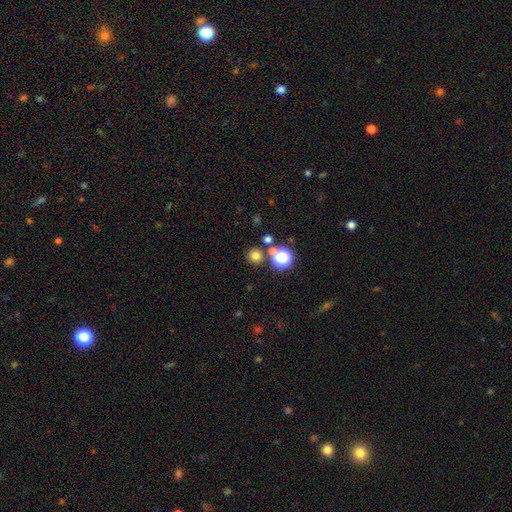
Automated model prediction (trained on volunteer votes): A smooth galaxy with no disk features (72%) that is round (94%).

Vote fractions:
- Smooth or featured? smooth: 72% / star or artifact: 21% / featured or disk: 6%
- How rounded? round: 94% / in between: 5% / cigar-shaped: 1%
- Merging? none: 80% / merger: 11% / minor disturbance: 6% / major disturbance: 3%